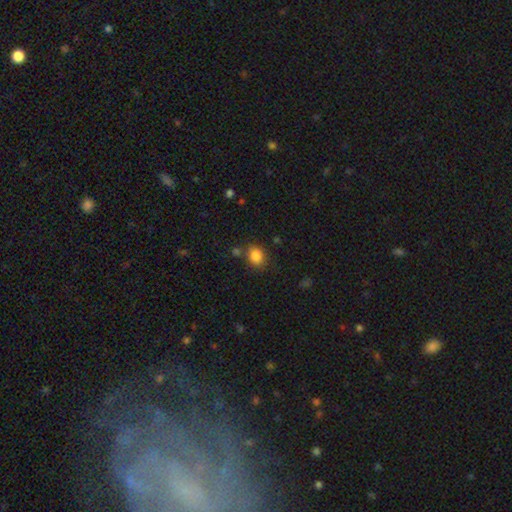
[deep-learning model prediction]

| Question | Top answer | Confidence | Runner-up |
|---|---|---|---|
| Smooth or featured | smooth | 85% | star or artifact (10%) |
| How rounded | round | 55% | in between (44%) |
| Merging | none | 75% | minor disturbance (13%) |